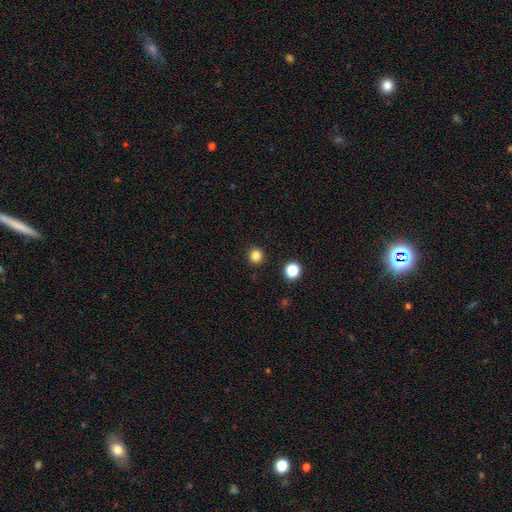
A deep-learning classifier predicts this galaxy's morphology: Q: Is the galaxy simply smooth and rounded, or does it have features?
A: smooth — 83%.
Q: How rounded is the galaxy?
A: round — 94%.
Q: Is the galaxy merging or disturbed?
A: none — 92%.